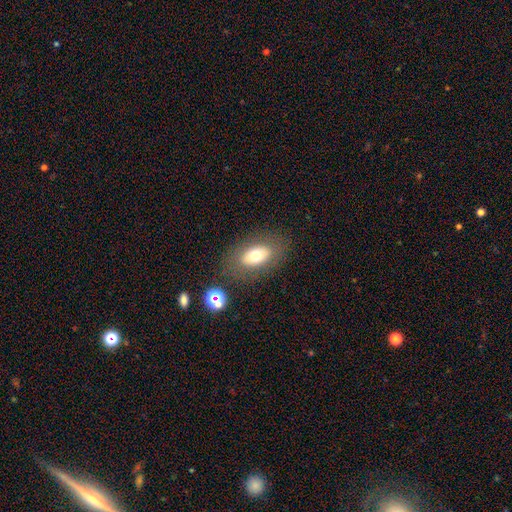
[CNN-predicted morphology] Overall: smooth (65%). How rounded: in between (88%). Merging: none (80%).